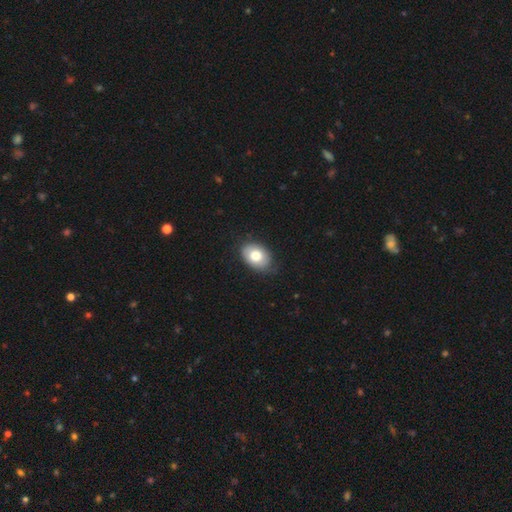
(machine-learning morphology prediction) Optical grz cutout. It shows a smooth galaxy with no disk features (75%) that is in between round and cigar-shaped (80%). Merging: none (73%).